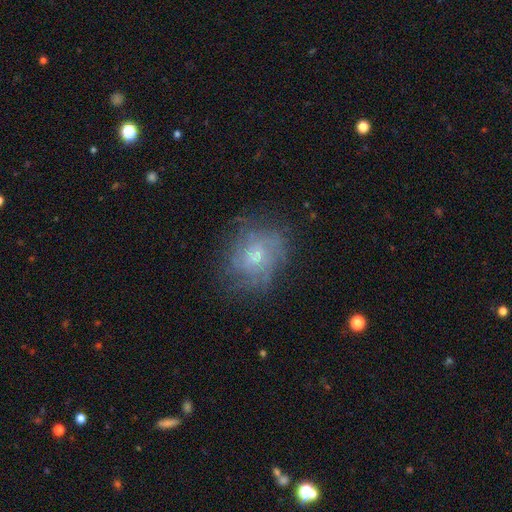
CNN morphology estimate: Smooth or featured: featured or disk — 64% (smooth — 26%)
Edge-on disk: no — 97% (yes — 3%)
Bar: no — 70% (weak — 27%)
Spiral arms: yes — 79% (no — 21%)
Bulge size: small — 49% (moderate — 38%)
Merging: none — 69% (minor disturbance — 19%)